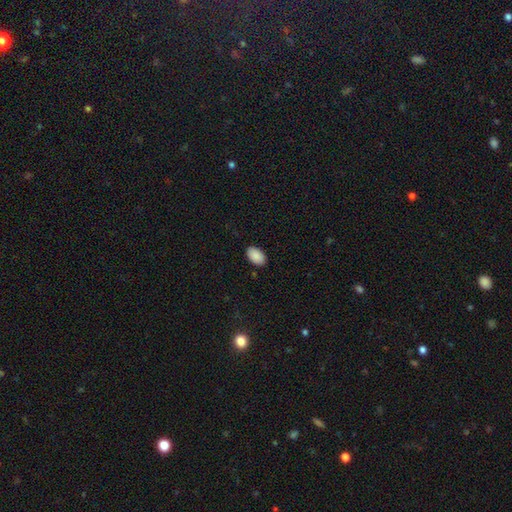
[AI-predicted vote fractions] A smooth galaxy with no disk features (91%) that is in between round and cigar-shaped (93%). Merging: none (89%).